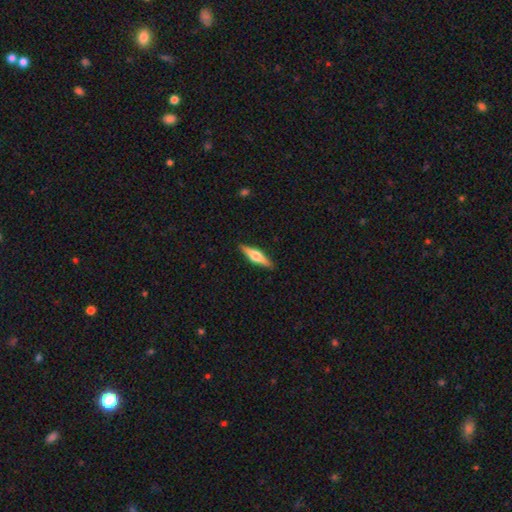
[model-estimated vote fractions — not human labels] This appears to be a featured or disk galaxy (67%) viewed edge-on (97%) with a rounded central bulge (93%). Merging: none (91%).